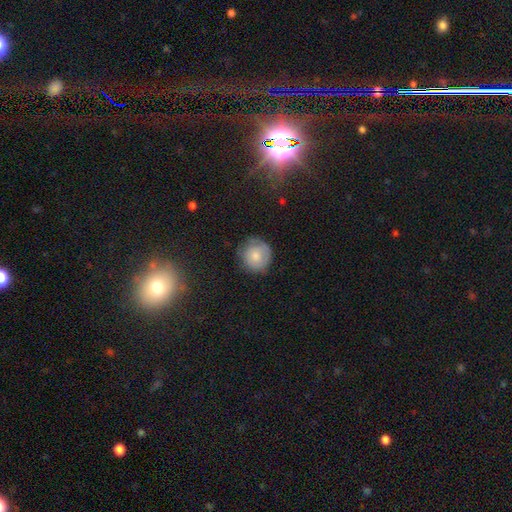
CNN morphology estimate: This is likely a smooth galaxy (74%). How rounded: clearly round (89%). Merging: likely none (70%).